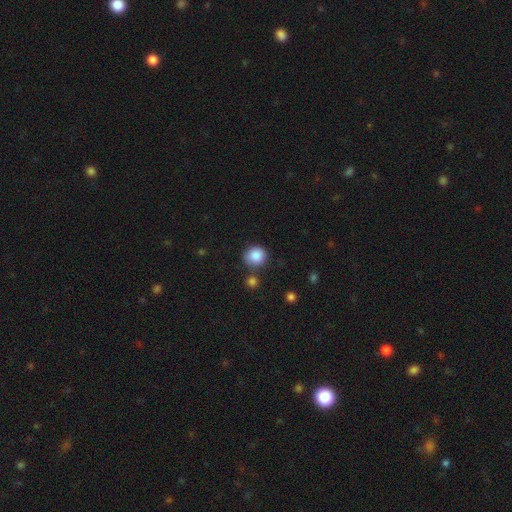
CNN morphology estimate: smooth-or-featured: smooth: 87% | star or artifact: 8% | featured or disk: 4%
  how-rounded: round: 87% | in between: 12% | cigar-shaped: 1%
  merging: none: 74% | minor disturbance: 13% | merger: 9% | major disturbance: 4%